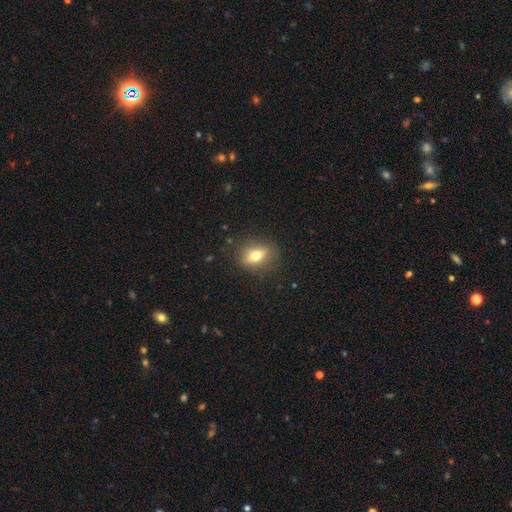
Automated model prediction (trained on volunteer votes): Smooth or featured: smooth — 66% (featured or disk — 25%)
How rounded: in between — 66% (round — 27%)
Merging: none — 81% (minor disturbance — 13%)